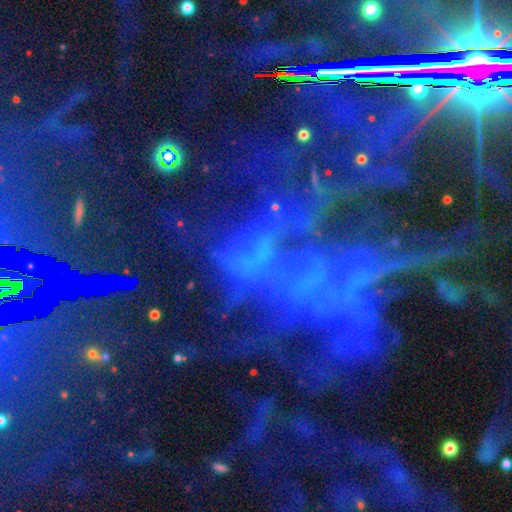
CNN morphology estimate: Q: Smooth or featured?
A: star or artifact (67%); runner-up: featured or disk (24%)